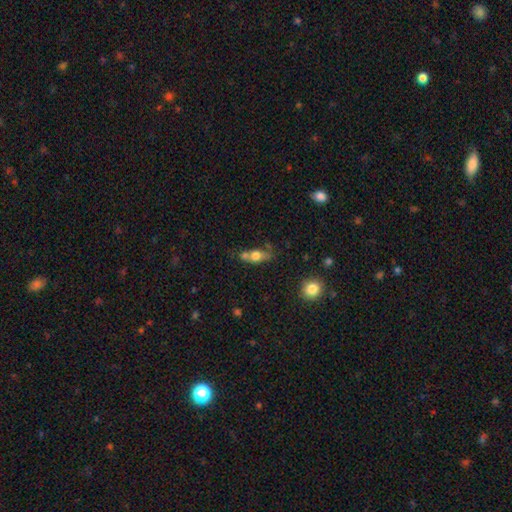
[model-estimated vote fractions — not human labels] A smooth galaxy with no disk features (66%) that is in between round and cigar-shaped (61%). Merging: merger (40%).